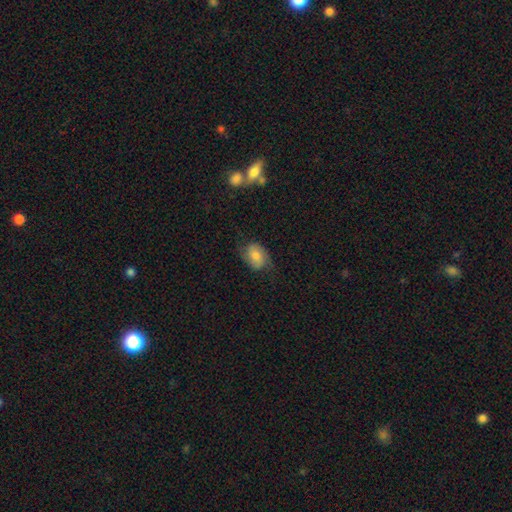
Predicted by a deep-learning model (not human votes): A smooth galaxy with no disk features (50%) that is in between round and cigar-shaped (73%).

Vote fractions:
- Smooth or featured? smooth: 50% / featured or disk: 41% / star or artifact: 9%
- How rounded? in between: 73% / round: 26% / cigar-shaped: 1%
- Merging? none: 64% / minor disturbance: 23% / major disturbance: 11% / merger: 1%